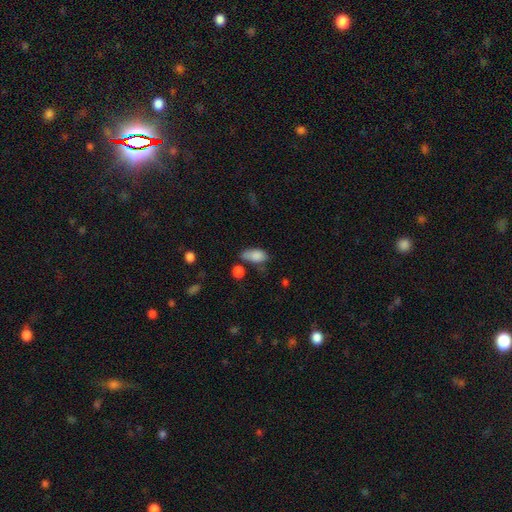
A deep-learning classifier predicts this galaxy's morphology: Smooth or featured?
  - smooth: 84% *
  - star or artifact: 8%
  - featured or disk: 8%
How rounded?
  - in between: 89% *
  - cigar-shaped: 6%
  - round: 5%
Merging?
  - none: 43% *
  - minor disturbance: 33%
  - merger: 12%
  - major disturbance: 12%